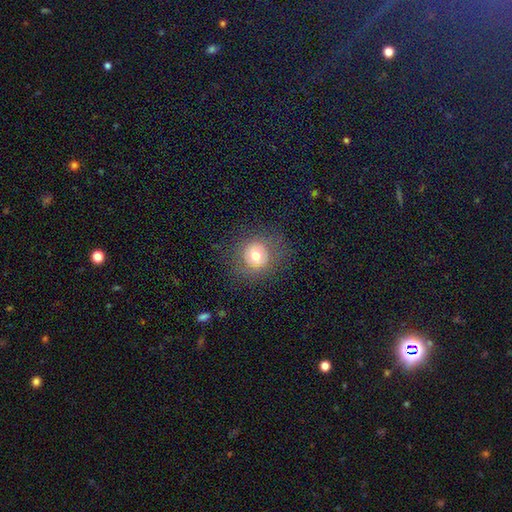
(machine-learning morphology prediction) smooth_or_featured: smooth (p=0.67) [alt: featured or disk p=0.20]
how_rounded: round (p=0.89) [alt: in between p=0.10]
merging: none (p=0.79) [alt: minor disturbance p=0.12]